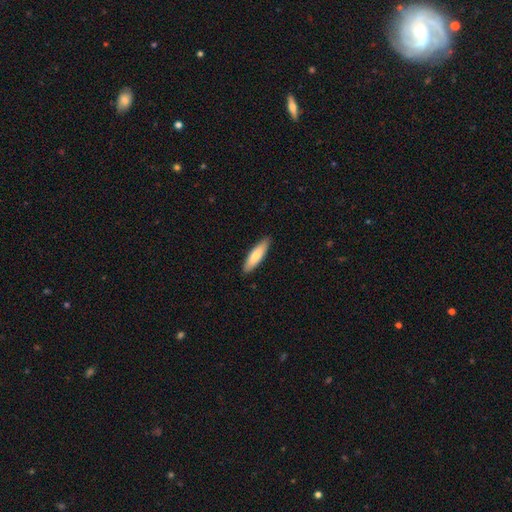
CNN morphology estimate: type=smooth (80%); roundness=cigar-shaped (65%); merging=none (89%).